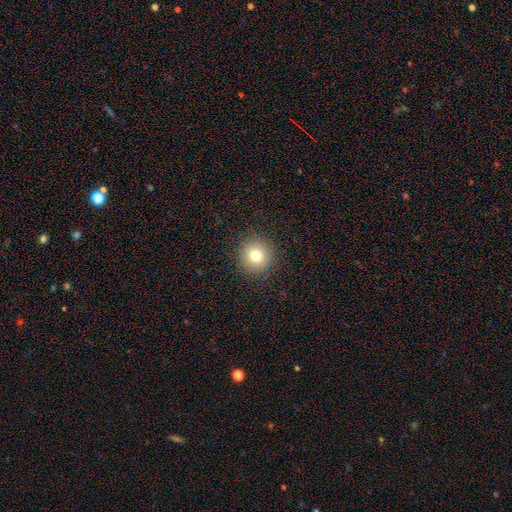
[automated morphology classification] smooth 78%, star or artifact 12%, featured or disk 10%. Down the decision tree: how rounded — round (94%); merging — none (92%).